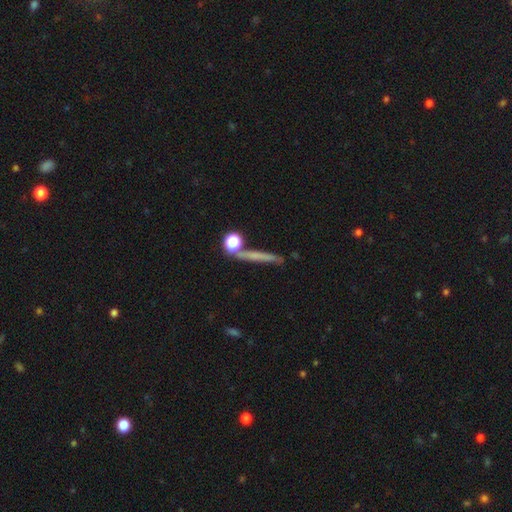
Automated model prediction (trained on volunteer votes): Smooth or featured?
  - smooth: 51% *
  - featured or disk: 34%
  - star or artifact: 15%
How rounded?
  - cigar-shaped: 76% *
  - round: 16%
  - in between: 9%
Merging?
  - none: 73% *
  - minor disturbance: 12%
  - merger: 10%
  - major disturbance: 5%